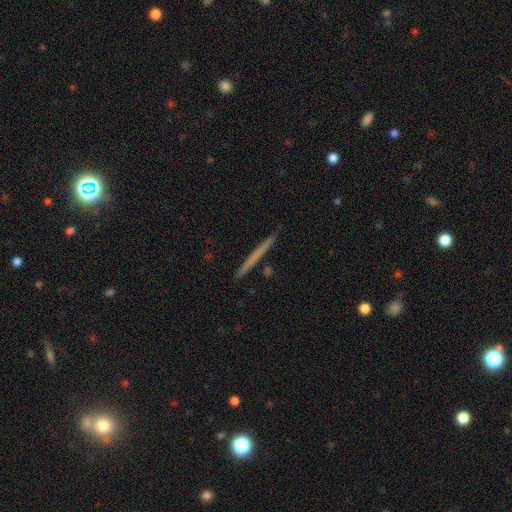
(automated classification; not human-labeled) smooth 51%, featured or disk 43%, star or artifact 6%. Down the decision tree: how rounded — cigar-shaped (97%); merging — none (92%).